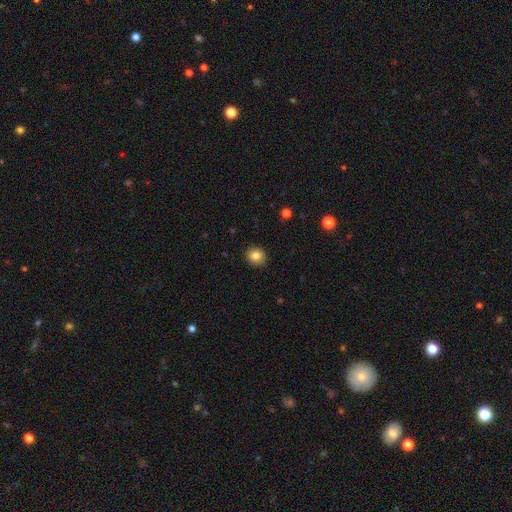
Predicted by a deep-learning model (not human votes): A smooth galaxy with no disk features (84%) that is round (83%). Merging: none (90%).